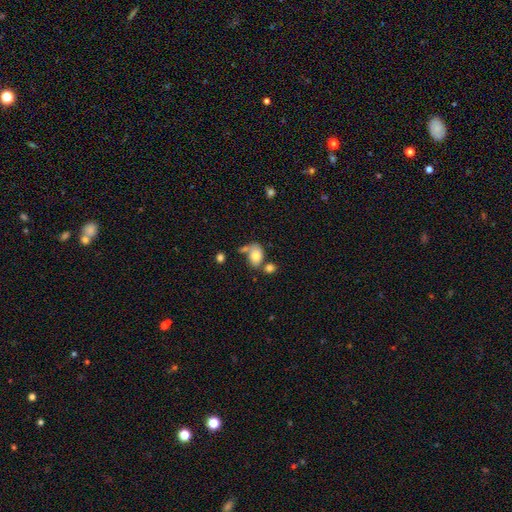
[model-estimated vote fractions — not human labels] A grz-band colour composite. It shows a smooth galaxy with no disk features (74%) that is in between round and cigar-shaped (73%). Merging: none (36%).